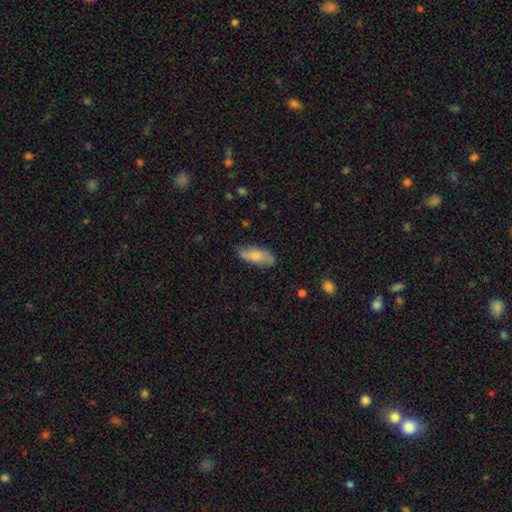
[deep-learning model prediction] The model was most divided on "smooth or featured": smooth: 67%, featured or disk: 27%, star or artifact: 6%. More confident: how rounded — in between (75%); merging — none (75%).